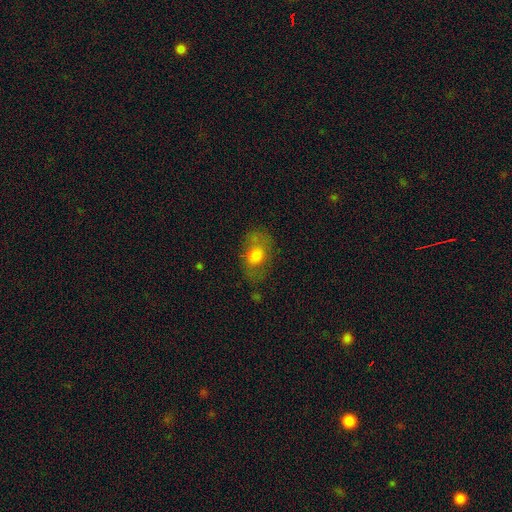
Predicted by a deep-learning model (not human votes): This is likely a smooth galaxy (63%). How rounded: likely in between (74%). Merging: likely none (61%).